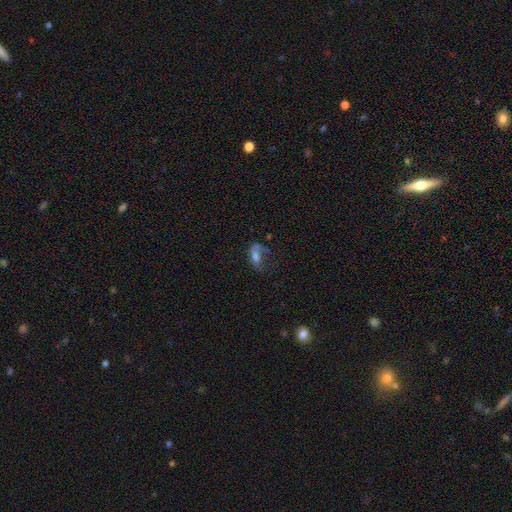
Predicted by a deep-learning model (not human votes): Smooth or featured? smooth (49%)
Merging? major disturbance (42%)